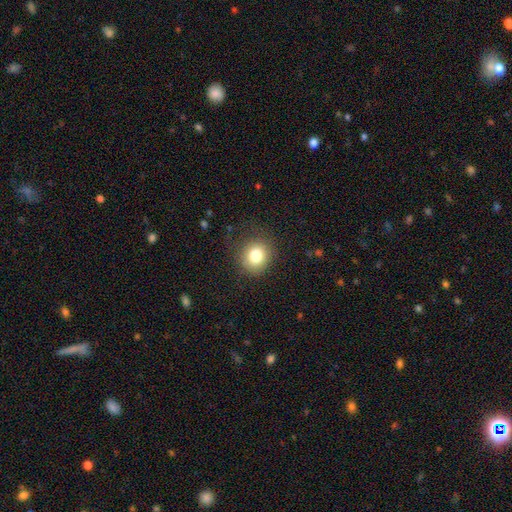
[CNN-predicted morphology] Q: Smooth or featured?
A: smooth (80%); runner-up: star or artifact (11%)
Q: How rounded?
A: round (80%); runner-up: in between (19%)
Q: Merging?
A: none (84%); runner-up: minor disturbance (11%)